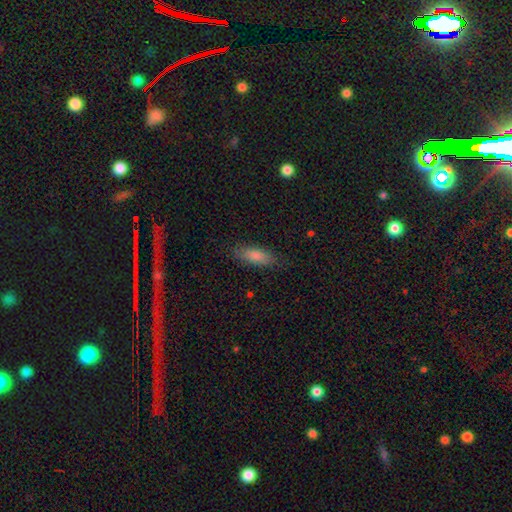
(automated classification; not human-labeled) A smooth galaxy with no disk features (84%) that is in between round and cigar-shaped (66%). Merging: none (82%).